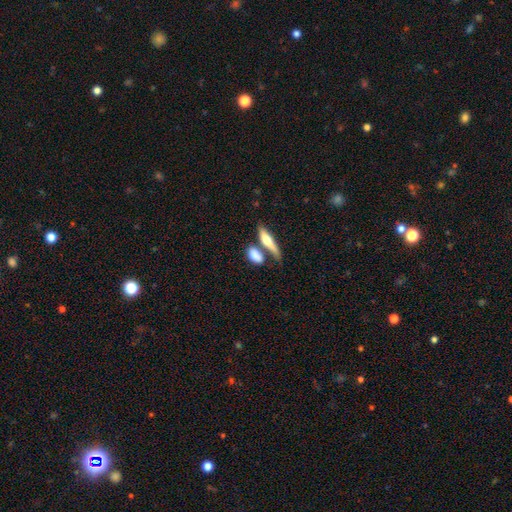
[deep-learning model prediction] Smooth or featured?
  - smooth: 76% *
  - featured or disk: 18%
  - star or artifact: 6%
How rounded?
  - in between: 70% *
  - cigar-shaped: 22%
  - round: 8%
Merging?
  - none: 42% *
  - merger: 39%
  - minor disturbance: 13%
  - major disturbance: 6%